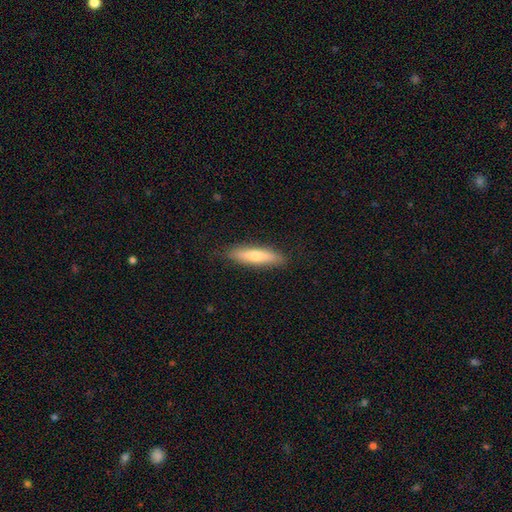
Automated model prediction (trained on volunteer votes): Morphology: type=smooth (65%); roundness=cigar-shaped (76%); merging=none (86%).